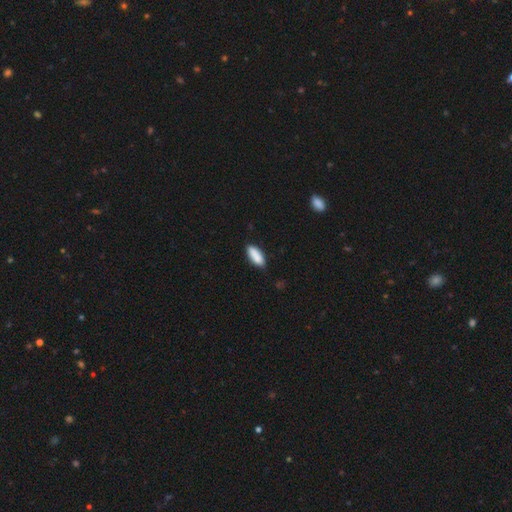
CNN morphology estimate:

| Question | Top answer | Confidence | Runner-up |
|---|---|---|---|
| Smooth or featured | smooth | 88% | star or artifact (6%) |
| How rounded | in between | 76% | cigar-shaped (22%) |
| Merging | none | 80% | minor disturbance (15%) |